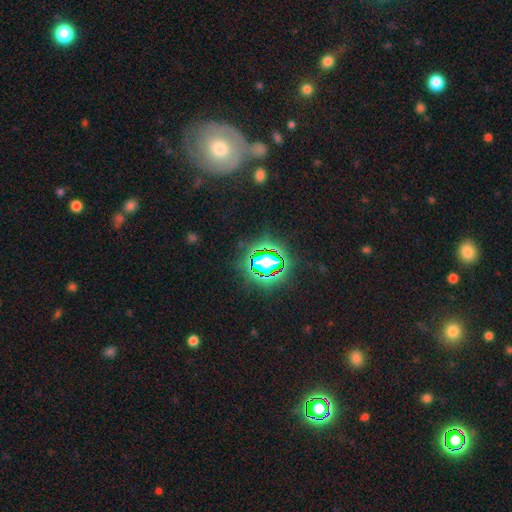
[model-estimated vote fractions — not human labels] smooth_or_featured: star or artifact (p=0.64) [alt: smooth p=0.19]